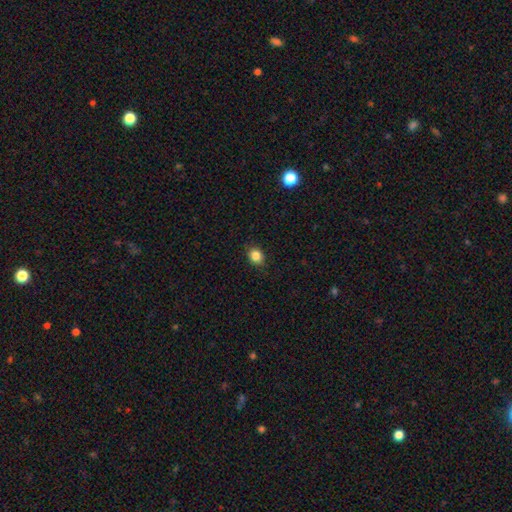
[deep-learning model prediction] Smooth or featured?
  - smooth: 84% *
  - star or artifact: 11%
  - featured or disk: 5%
How rounded?
  - round: 61% *
  - in between: 38%
  - cigar-shaped: 1%
Merging?
  - none: 87% *
  - minor disturbance: 10%
  - major disturbance: 2%
  - merger: 1%